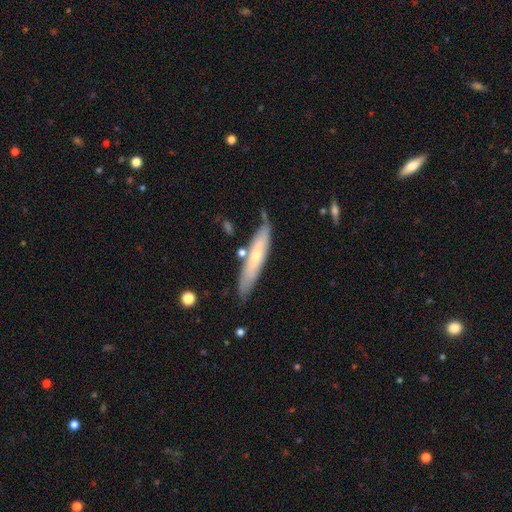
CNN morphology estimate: Smooth or featured? smooth (50%)
How rounded? cigar-shaped (86%)
Merging? none (74%)